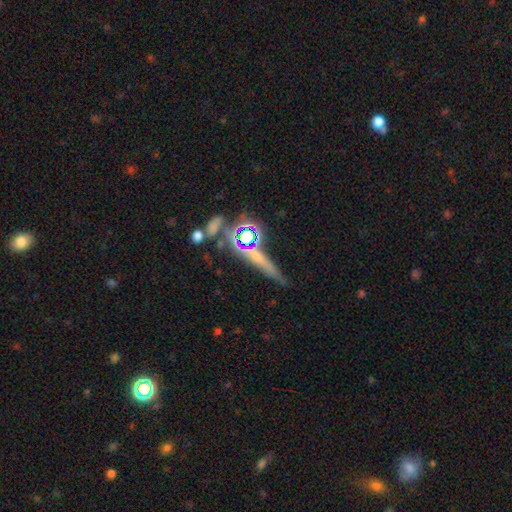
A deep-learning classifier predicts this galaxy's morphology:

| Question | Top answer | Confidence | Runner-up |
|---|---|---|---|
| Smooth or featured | star or artifact | 42% | smooth (30%) |